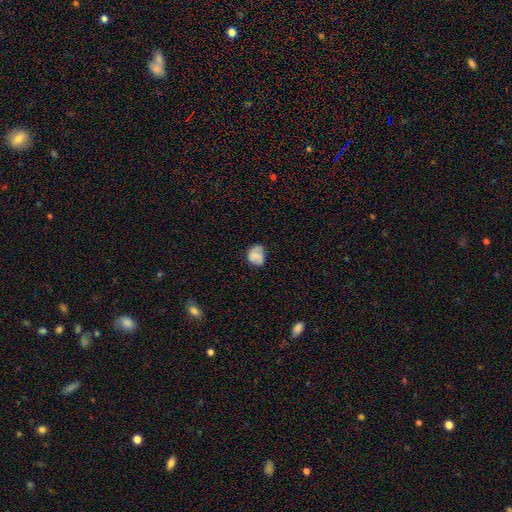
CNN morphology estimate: Smooth or featured: smooth — 73% (featured or disk — 18%)
How rounded: round — 62% (in between — 37%)
Merging: none — 62% (minor disturbance — 28%)